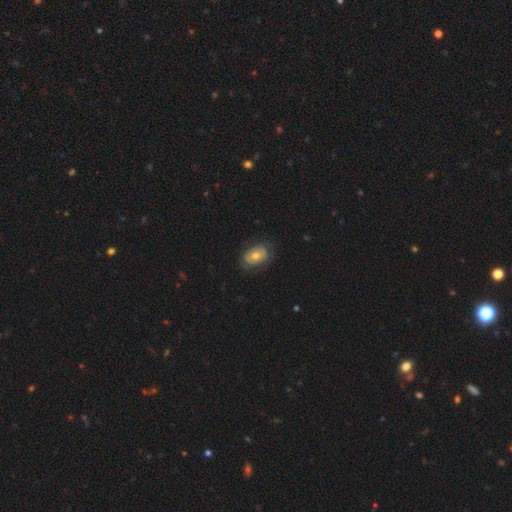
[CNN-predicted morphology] This is possibly a smooth galaxy (58%). How rounded: clearly in between (81%). Merging: likely none (73%).